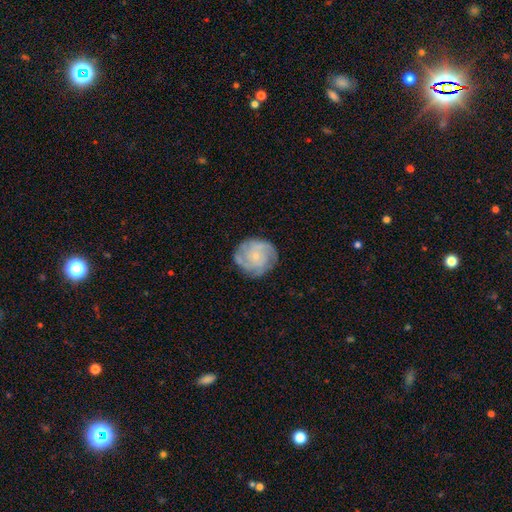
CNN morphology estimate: This is likely a featured or disk galaxy (74%). It is clearly not viewed edge-on (98%). Bar: likely no (79%). Spiral arm pattern: clearly yes (94%). Spiral arm count: marginally 3 (34%). Spiral winding: possibly tight (55%). Central bulge: likely small (76%). Merging: likely none (79%).